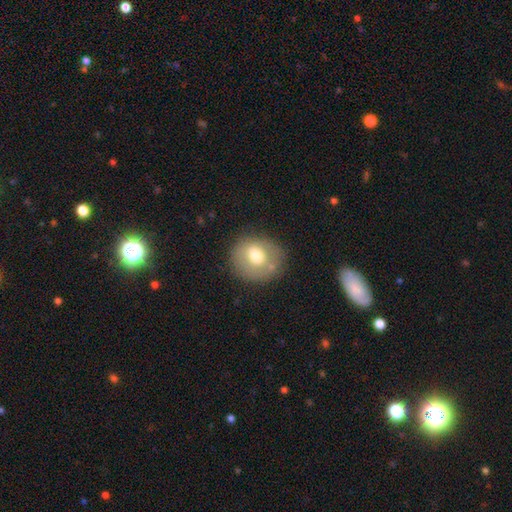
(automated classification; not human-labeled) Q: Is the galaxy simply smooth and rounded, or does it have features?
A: smooth — 65%.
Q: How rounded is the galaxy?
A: round — 78%.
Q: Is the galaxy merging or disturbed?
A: none — 72%.